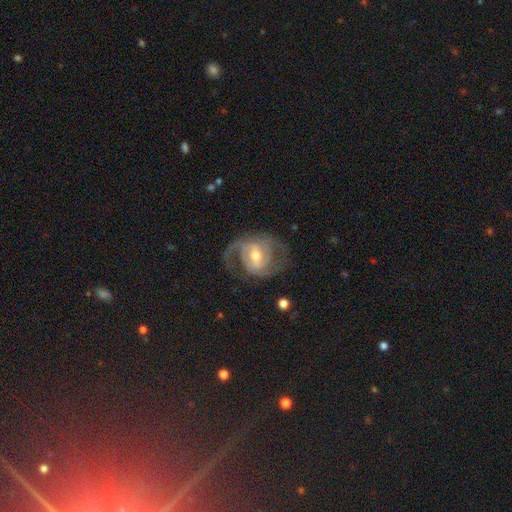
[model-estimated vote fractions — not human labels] Smooth or featured: featured or disk — 85% (smooth — 10%)
Edge-on disk: no — 97% (yes — 3%)
Bar: weak — 49% (strong — 27%)
Spiral arms: yes — 93% (no — 7%)
Spiral winding: medium — 49% (loose — 27%)
Spiral arm count: 2 — 66% (can't tell — 11%)
Bulge size: moderate — 63% (small — 30%)
Merging: none — 60% (major disturbance — 20%)